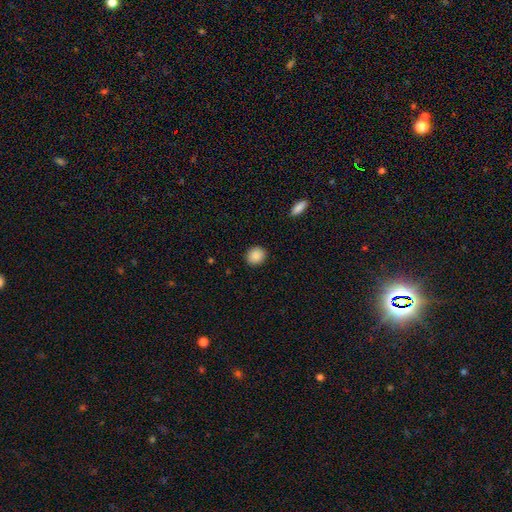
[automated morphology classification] The model was most divided on "how rounded": round: 80%, in between: 19%, cigar-shaped: 1%. More confident: merging — none (91%); smooth or featured — smooth (88%).